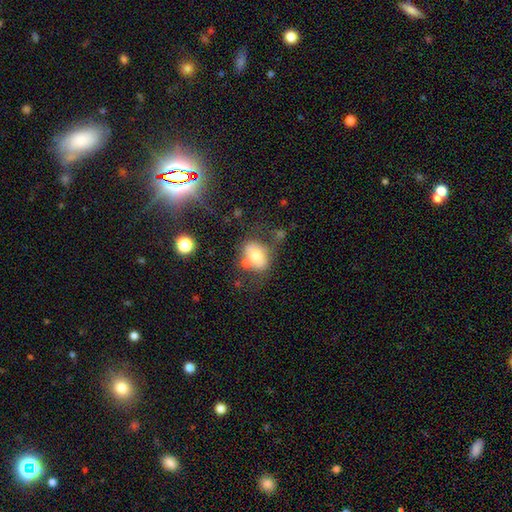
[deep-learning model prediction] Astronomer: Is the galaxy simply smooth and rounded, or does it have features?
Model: smooth — 64%.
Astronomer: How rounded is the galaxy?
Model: in between — 69%.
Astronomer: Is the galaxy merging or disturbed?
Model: none — 50%.